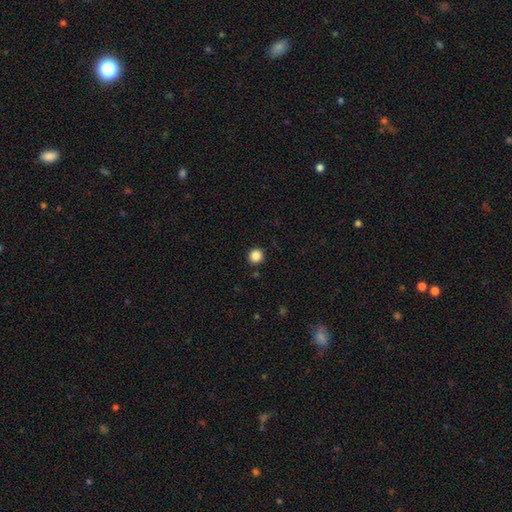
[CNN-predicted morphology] A smooth galaxy with no disk features (86%) that is round (95%). Merging: none (92%).